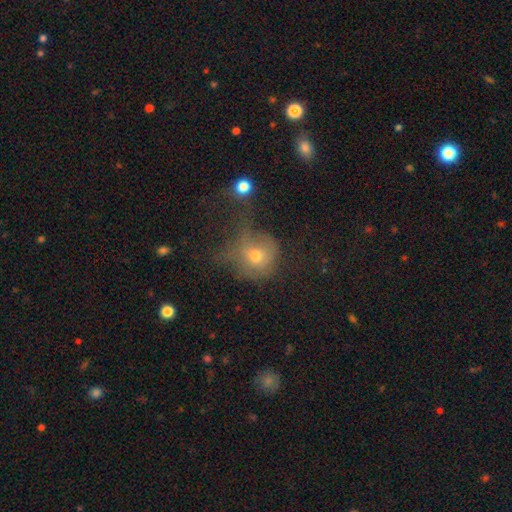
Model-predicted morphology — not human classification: Smooth or featured?
  - smooth: 63% *
  - featured or disk: 20%
  - star or artifact: 17%
How rounded?
  - round: 83% *
  - in between: 16%
  - cigar-shaped: 1%
Merging?
  - major disturbance: 35% *
  - none: 33%
  - minor disturbance: 21%
  - merger: 11%